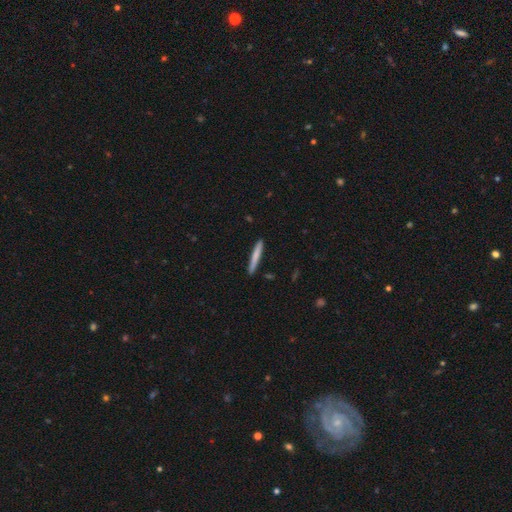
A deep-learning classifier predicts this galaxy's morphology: type=smooth (74%); roundness=cigar-shaped (96%); merging=none (90%).